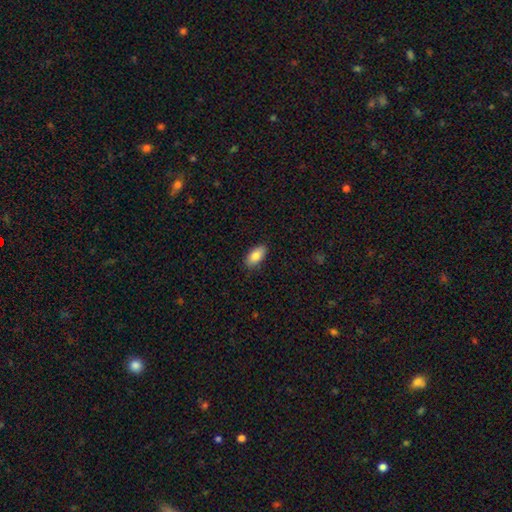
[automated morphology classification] This appears to be a smooth galaxy with no disk features (85%) that is in between round and cigar-shaped (92%). Merging: none (88%).